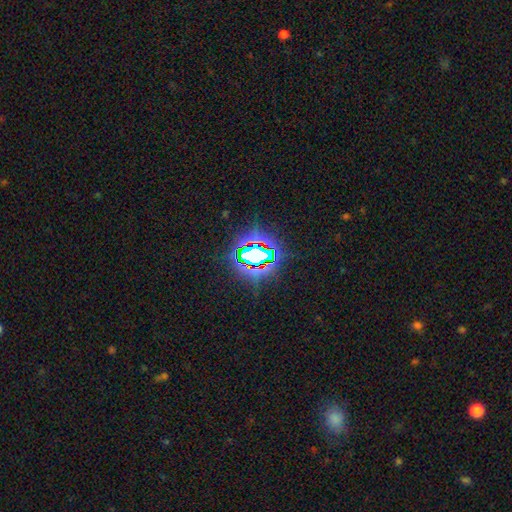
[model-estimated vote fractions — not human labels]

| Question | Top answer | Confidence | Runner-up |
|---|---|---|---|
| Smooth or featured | star or artifact | 70% | smooth (17%) |